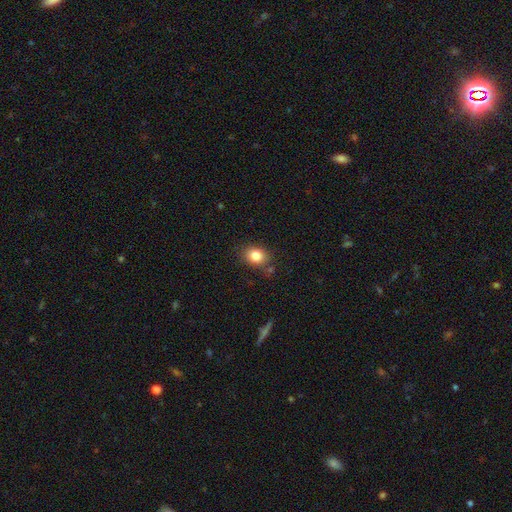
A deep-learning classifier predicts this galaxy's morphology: Overall: smooth (84%). How rounded: round (50%; in between 49%). Merging: none (80%).